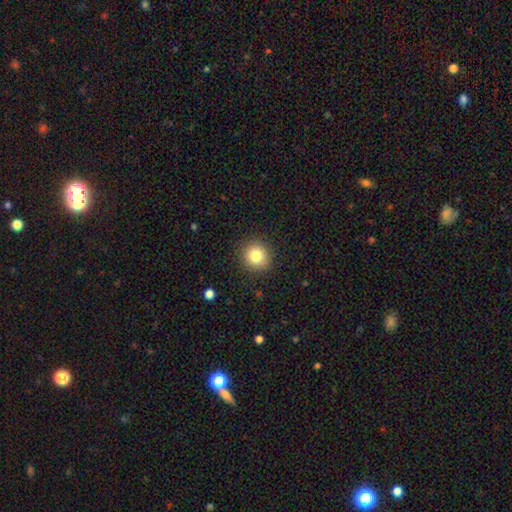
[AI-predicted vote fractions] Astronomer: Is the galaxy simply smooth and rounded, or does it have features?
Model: smooth — 82%.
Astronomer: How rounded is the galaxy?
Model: round — 92%.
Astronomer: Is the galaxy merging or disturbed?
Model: none — 90%.